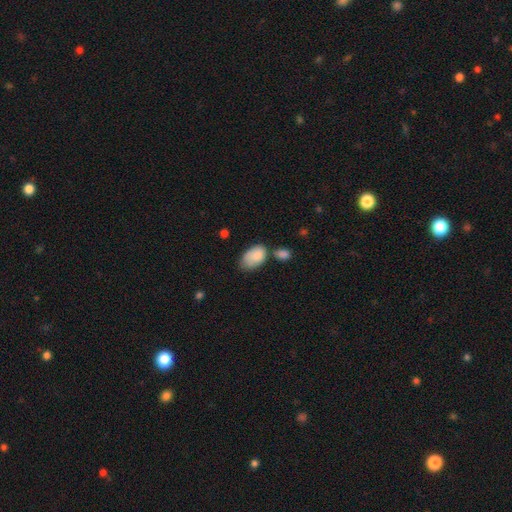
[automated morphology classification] This appears to be a smooth galaxy with no disk features (84%) that is in between round and cigar-shaped (92%). Merging: none (41%).